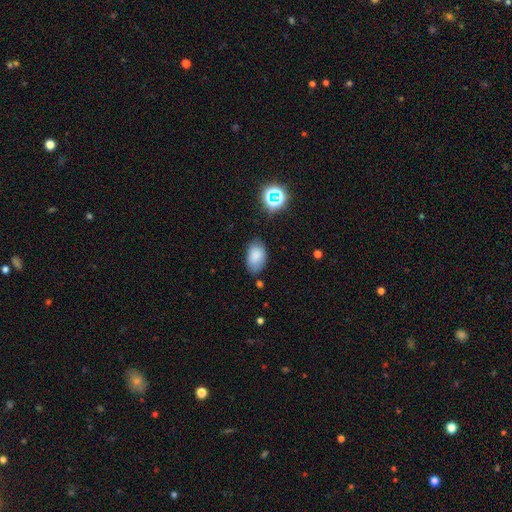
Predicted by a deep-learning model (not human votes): A smooth galaxy with no disk features (83%) that is in between round and cigar-shaped (91%).

Vote fractions:
- Smooth or featured? smooth: 83% / star or artifact: 10% / featured or disk: 7%
- How rounded? in between: 91% / round: 8% / cigar-shaped: 1%
- Merging? none: 73% / minor disturbance: 19% / major disturbance: 4% / merger: 3%